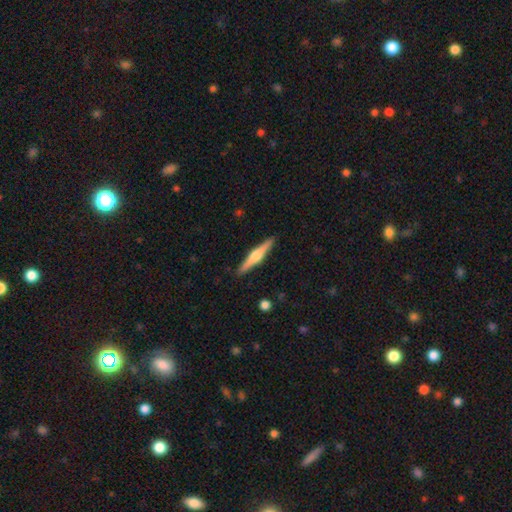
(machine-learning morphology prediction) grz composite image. It shows a featured or disk galaxy (64%) viewed edge-on (98%) with a rounded central bulge (88%). Merging: none (91%).